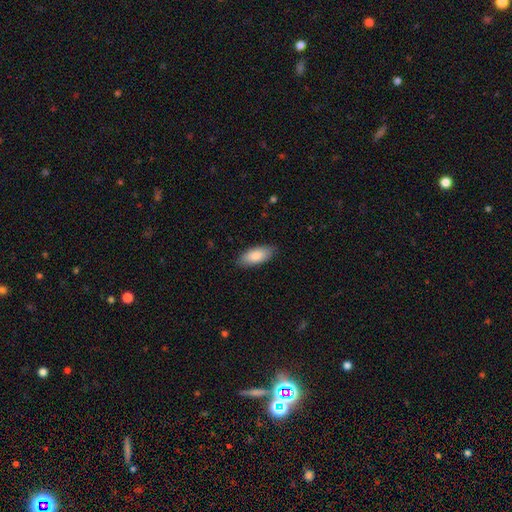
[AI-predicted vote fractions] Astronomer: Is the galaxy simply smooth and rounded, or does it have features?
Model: smooth — 87%.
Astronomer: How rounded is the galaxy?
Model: in between — 87%.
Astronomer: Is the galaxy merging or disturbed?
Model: none — 85%.